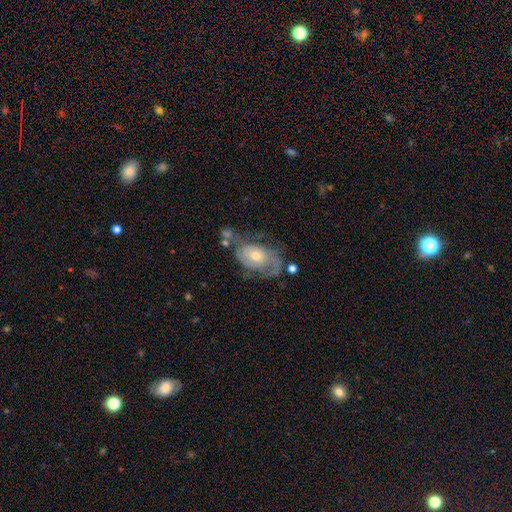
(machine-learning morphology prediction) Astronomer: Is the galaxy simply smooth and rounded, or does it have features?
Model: featured or disk — 75%.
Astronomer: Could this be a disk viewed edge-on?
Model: no — 95%.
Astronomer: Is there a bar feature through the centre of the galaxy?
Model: no — 74%.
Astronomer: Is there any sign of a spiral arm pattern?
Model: yes — 86%.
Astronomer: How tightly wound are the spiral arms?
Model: tight — 46% (runner-up: medium, 37%).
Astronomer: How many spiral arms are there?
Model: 2 — 50%.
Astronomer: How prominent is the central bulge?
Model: moderate — 63%.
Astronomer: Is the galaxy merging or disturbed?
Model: none — 46% (runner-up: minor disturbance, 24%).